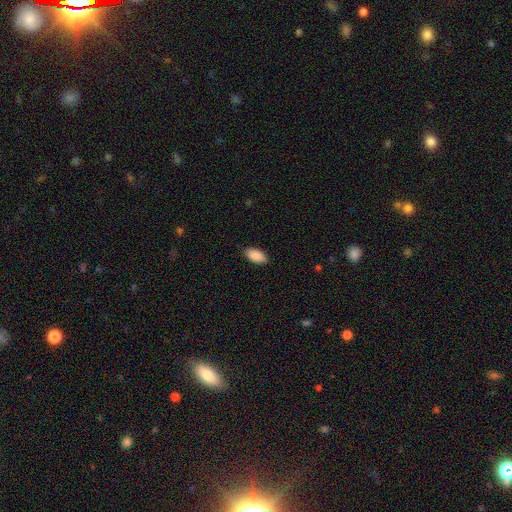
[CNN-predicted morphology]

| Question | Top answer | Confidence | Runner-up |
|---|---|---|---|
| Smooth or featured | smooth | 89% | star or artifact (6%) |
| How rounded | in between | 93% | cigar-shaped (4%) |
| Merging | none | 86% | minor disturbance (11%) |